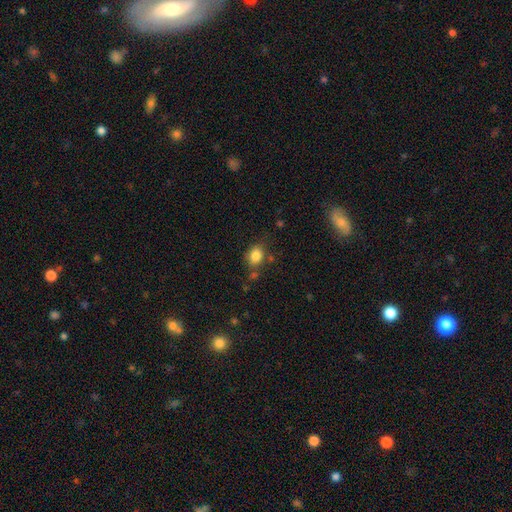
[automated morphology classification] The model was most divided on "how rounded": in between: 57%, round: 42%, cigar-shaped: 1%. More confident: smooth or featured — smooth (83%); merging — none (69%).